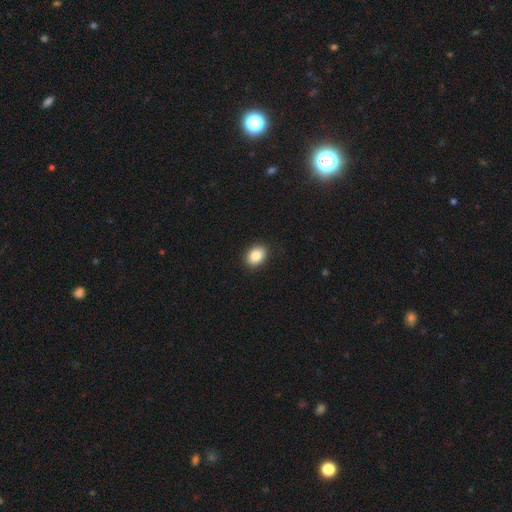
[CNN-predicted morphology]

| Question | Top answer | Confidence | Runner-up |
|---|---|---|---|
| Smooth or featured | smooth | 87% | star or artifact (8%) |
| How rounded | in between | 73% | round (26%) |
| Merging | none | 90% | minor disturbance (7%) |